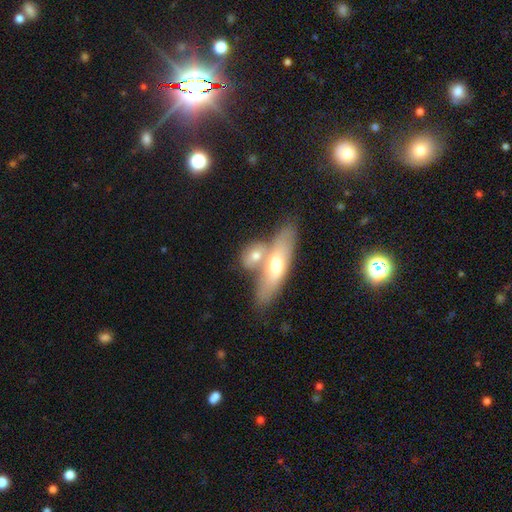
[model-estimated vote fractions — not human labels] Q: Smooth or featured?
A: smooth (63%); runner-up: featured or disk (31%)
Q: How rounded?
A: in between (56%); runner-up: cigar-shaped (30%)
Q: Merging?
A: merger (52%); runner-up: none (33%)